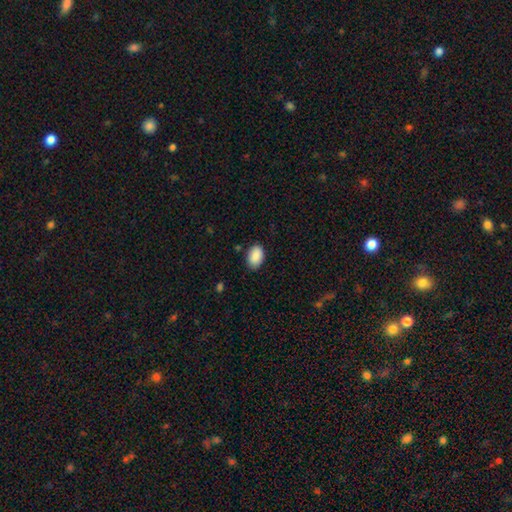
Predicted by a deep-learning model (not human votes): Morphology: type=smooth (90%); roundness=in between (90%); merging=none (86%).